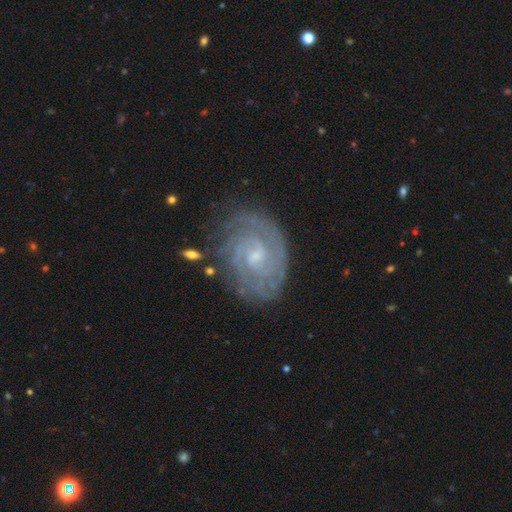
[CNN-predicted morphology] Smooth or featured: featured or disk — 87% (smooth — 7%)
Edge-on disk: no — 97% (yes — 3%)
Bar: no — 47% (weak — 44%)
Spiral arms: yes — 97% (no — 3%)
Spiral winding: tight — 77% (medium — 20%)
Spiral arm count: 2 — 37% (can't tell — 26%)
Bulge size: small — 62% (moderate — 30%)
Merging: none — 76% (minor disturbance — 16%)